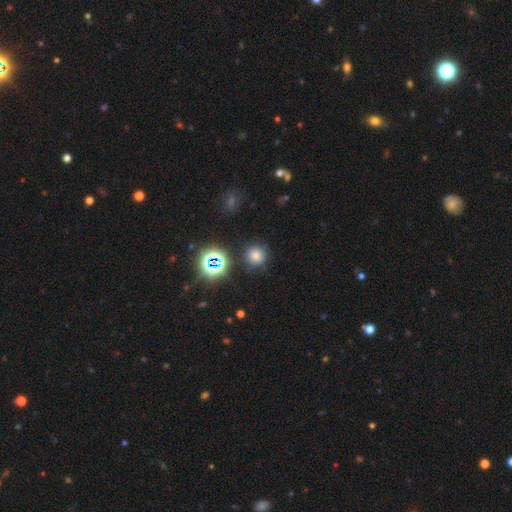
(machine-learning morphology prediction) This is likely a smooth galaxy (69%). How rounded: clearly round (92%). Merging: clearly none (83%).